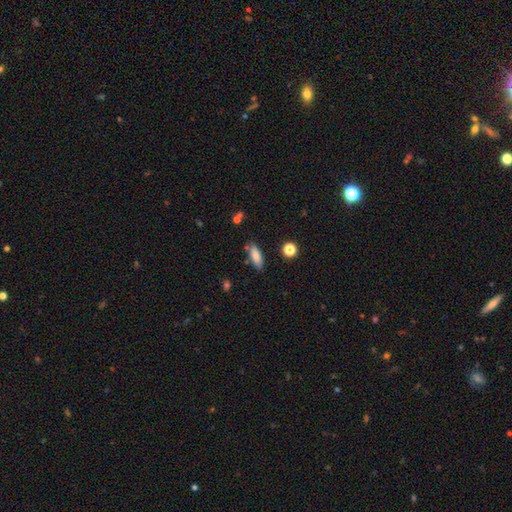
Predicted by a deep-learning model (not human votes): The model was most divided on "how rounded": in between: 64%, cigar-shaped: 33%, round: 3%. More confident: smooth or featured — smooth (82%); merging — none (78%).